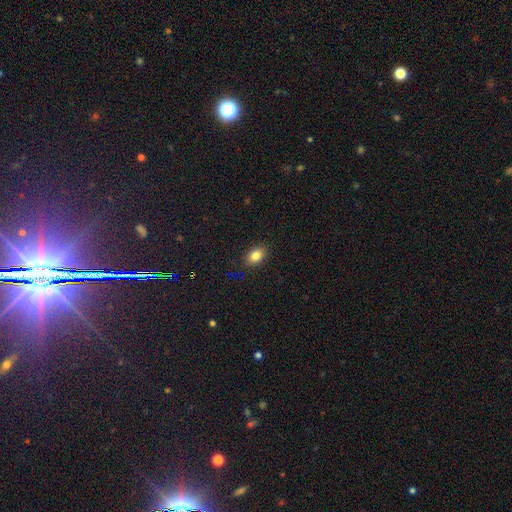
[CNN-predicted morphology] A smooth galaxy with no disk features (82%) that is in between round and cigar-shaped (81%). Merging: none (89%).